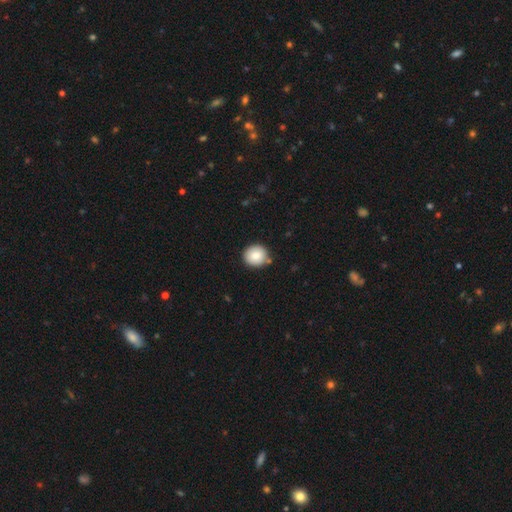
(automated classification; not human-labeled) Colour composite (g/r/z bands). It shows a smooth galaxy with no disk features (85%) that is round (90%). Merging: none (84%).